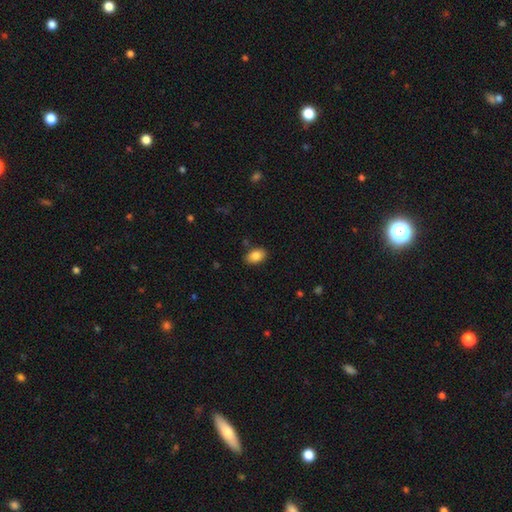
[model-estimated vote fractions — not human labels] smooth 85%, star or artifact 8%, featured or disk 7%. Down the decision tree: how rounded — in between (89%); merging — none (85%).